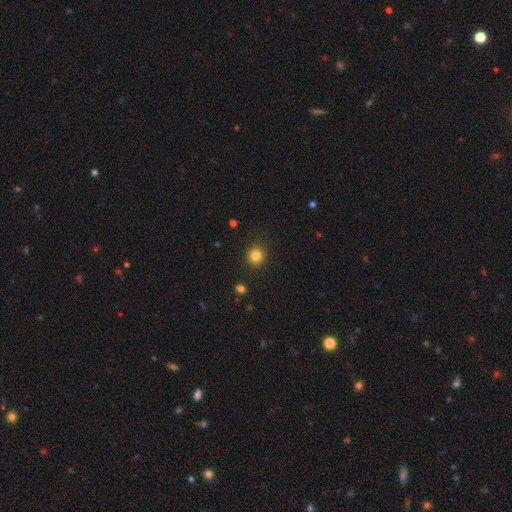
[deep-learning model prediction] The model was most divided on "smooth or featured": smooth: 83%, star or artifact: 12%, featured or disk: 5%. More confident: merging — none (90%); how rounded — round (89%).